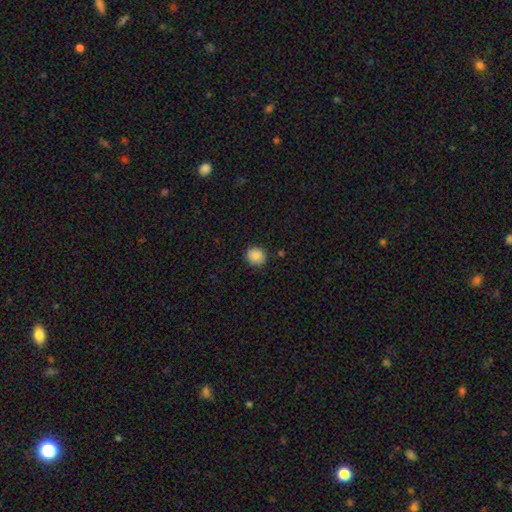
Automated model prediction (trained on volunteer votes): The model was most divided on "how rounded": round: 78%, in between: 21%, cigar-shaped: 1%. More confident: smooth or featured — smooth (88%); merging — none (87%).